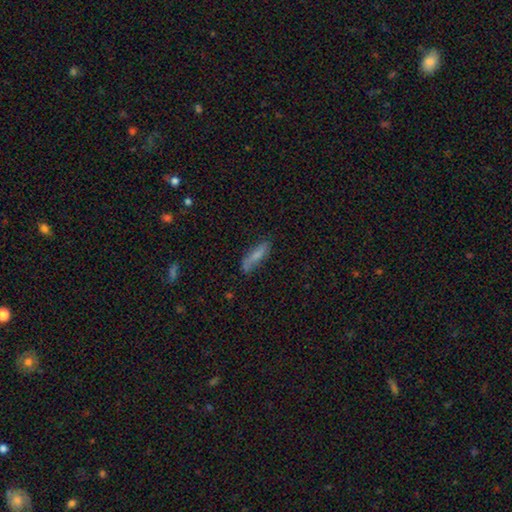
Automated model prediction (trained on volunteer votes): Morphology: type=smooth (70%); roundness=cigar-shaped (67%); merging=none (67%).